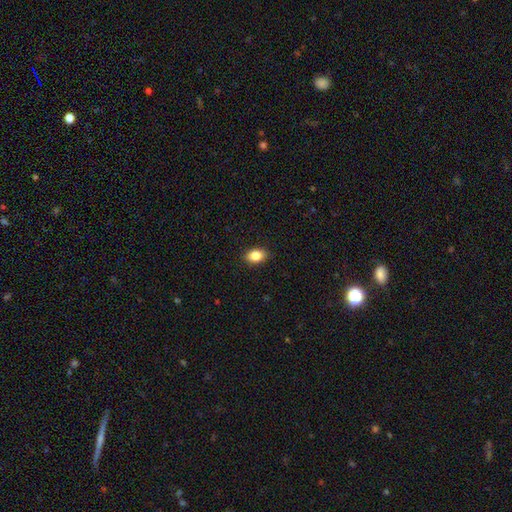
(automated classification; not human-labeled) Smooth or featured? smooth (85%)
How rounded? in between (81%)
Merging? none (88%)